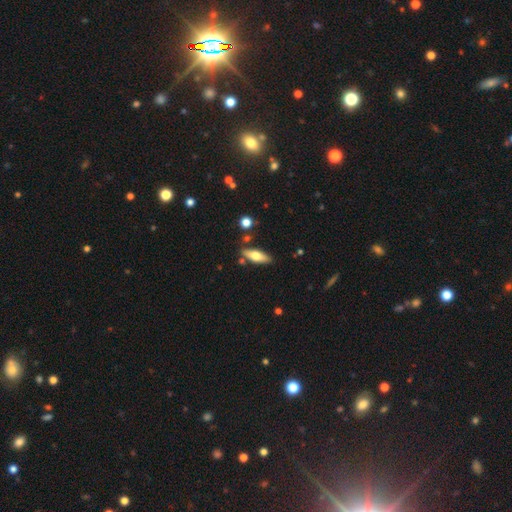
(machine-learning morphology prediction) Smooth or featured: smooth — 62% (featured or disk — 32%)
How rounded: in between — 58% (cigar-shaped — 40%)
Merging: none — 78% (minor disturbance — 13%)